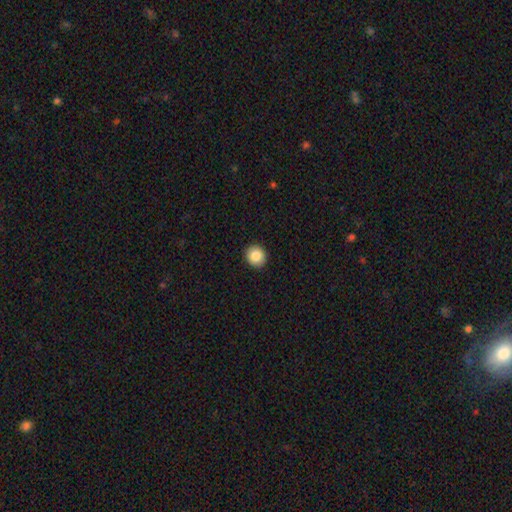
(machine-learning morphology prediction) smooth_or_featured: smooth (p=0.86) [alt: star or artifact p=0.09]
how_rounded: round (p=0.88) [alt: in between p=0.11]
merging: none (p=0.93) [alt: minor disturbance p=0.05]